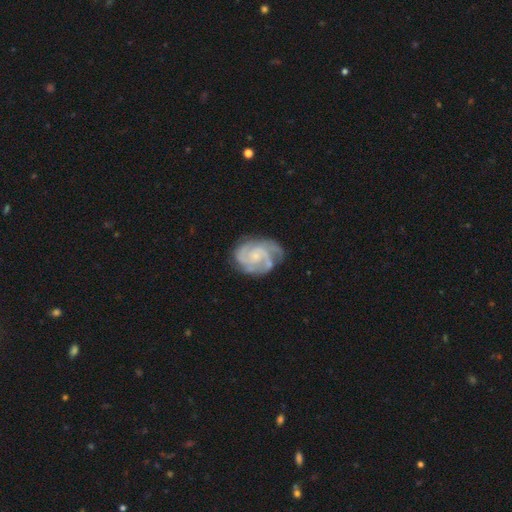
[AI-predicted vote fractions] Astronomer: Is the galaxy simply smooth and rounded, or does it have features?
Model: featured or disk — 89%.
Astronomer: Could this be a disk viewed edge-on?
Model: no — 98%.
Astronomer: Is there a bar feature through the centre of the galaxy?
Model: no — 66%.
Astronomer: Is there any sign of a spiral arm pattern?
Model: yes — 98%.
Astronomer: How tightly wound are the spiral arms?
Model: tight — 57% (runner-up: medium, 37%).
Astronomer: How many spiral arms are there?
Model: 3 — 40% (runner-up: 2, 30%).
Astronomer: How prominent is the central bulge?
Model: small — 67%.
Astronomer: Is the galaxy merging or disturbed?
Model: none — 68%.